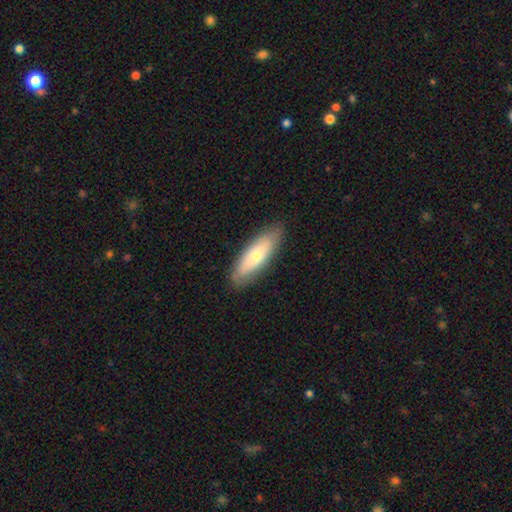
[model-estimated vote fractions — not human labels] Overall: smooth (64%; featured or disk 30%). How rounded: in between (54%; cigar-shaped 44%). Merging: none (86%).